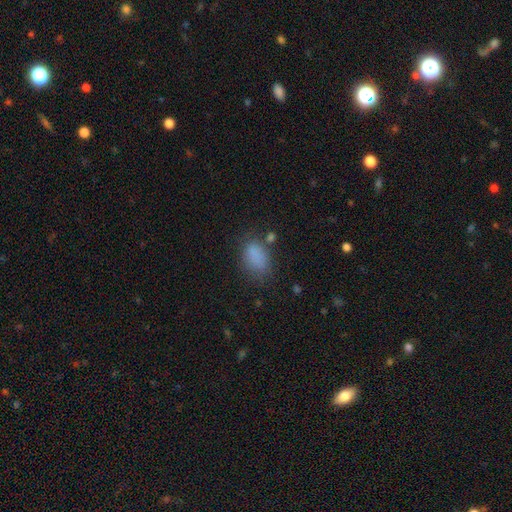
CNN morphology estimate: Overall: smooth (80%). How rounded: in between (82%). Merging: none (58%; minor disturbance 24%).